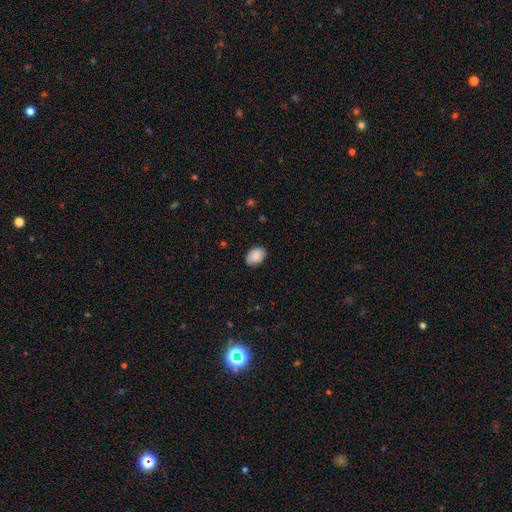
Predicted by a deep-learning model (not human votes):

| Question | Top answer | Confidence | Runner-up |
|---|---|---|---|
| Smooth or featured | smooth | 83% | featured or disk (9%) |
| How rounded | in between | 80% | round (19%) |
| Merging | none | 77% | minor disturbance (19%) |